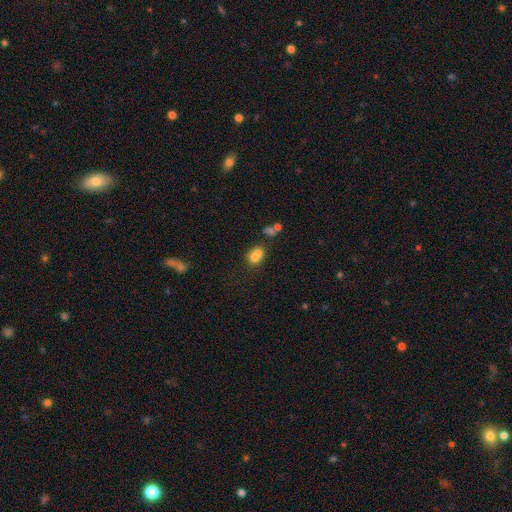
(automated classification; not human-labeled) smooth-or-featured: smooth: 69% | featured or disk: 18% | star or artifact: 13%
  how-rounded: round: 63% | in between: 35% | cigar-shaped: 1%
  merging: merger: 59% | none: 28% | minor disturbance: 8% | major disturbance: 4%